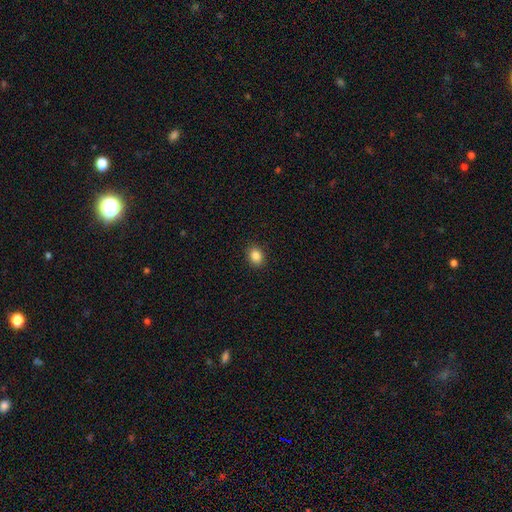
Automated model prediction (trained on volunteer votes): Smooth or featured: smooth — 86% (star or artifact — 10%)
How rounded: round — 52% (in between — 47%)
Merging: none — 91% (minor disturbance — 7%)